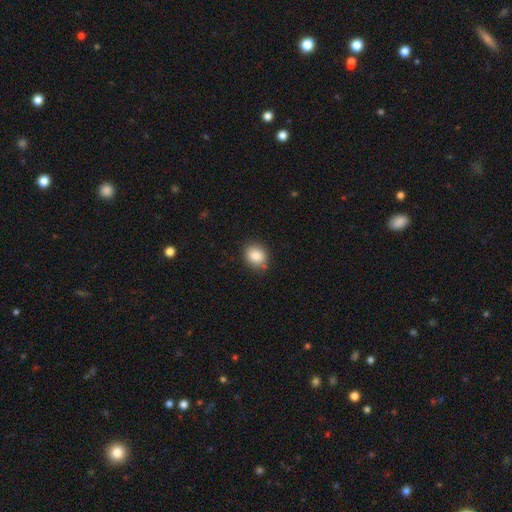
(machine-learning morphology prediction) type=smooth (87%); roundness=round (59%); merging=none (81%).